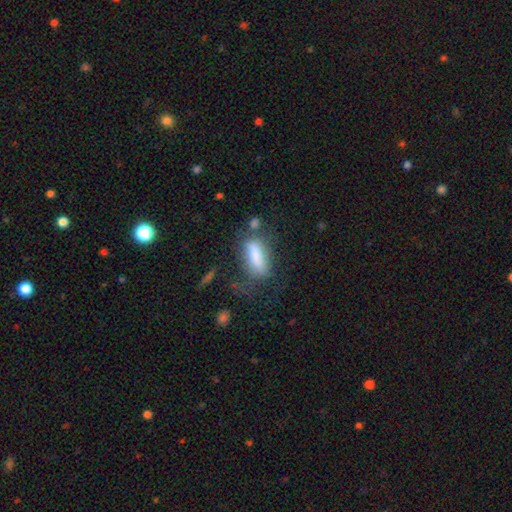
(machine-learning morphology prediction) The model was most divided on "merging": none: 46%, minor disturbance: 24%, major disturbance: 20%, merger: 10%. More confident: smooth or featured — smooth (73%); how rounded — in between (64%).